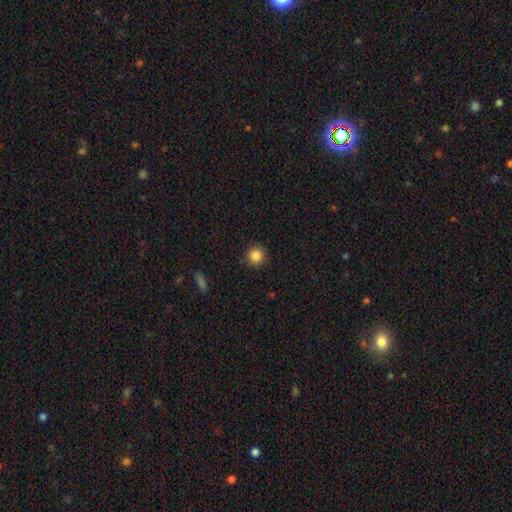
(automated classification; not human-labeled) Morphology: type=smooth (85%); roundness=round (94%); merging=none (91%).